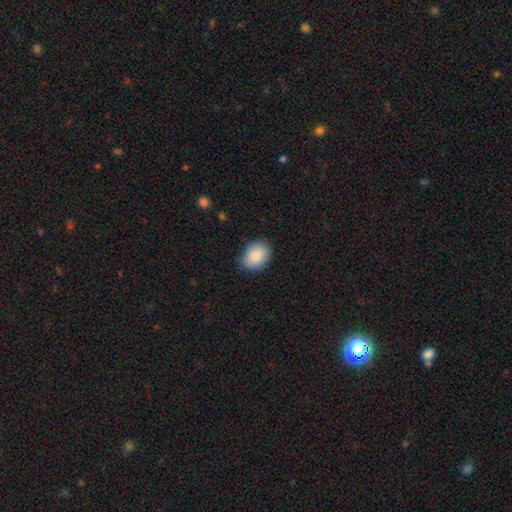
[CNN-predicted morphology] Overall: smooth (87%). How rounded: in between (60%; round 39%). Merging: none (80%).